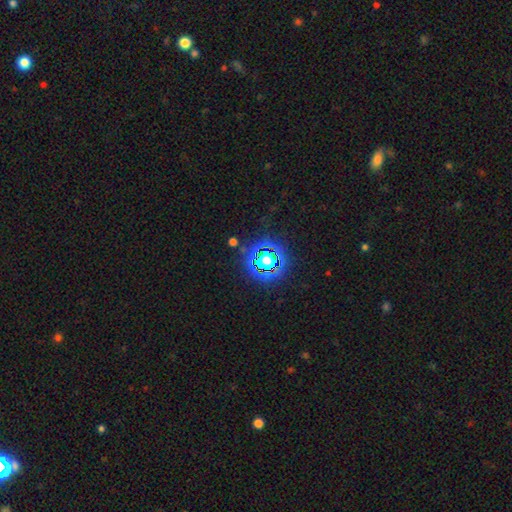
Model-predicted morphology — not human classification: This appears to be a star or artifact, not a galaxy (81%).